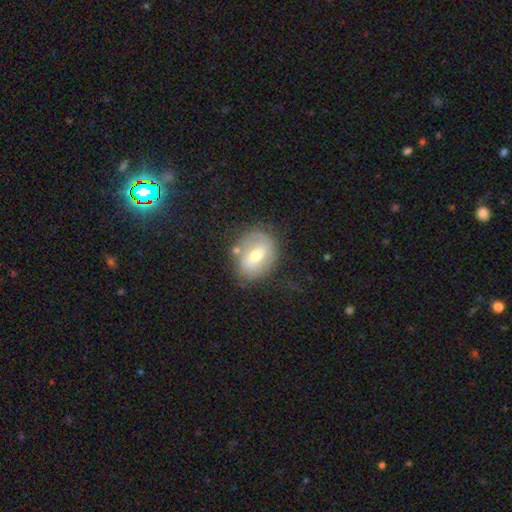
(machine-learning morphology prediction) This is possibly a featured or disk galaxy (52%). It is clearly not viewed edge-on (93%). Merging: likely none (68%).